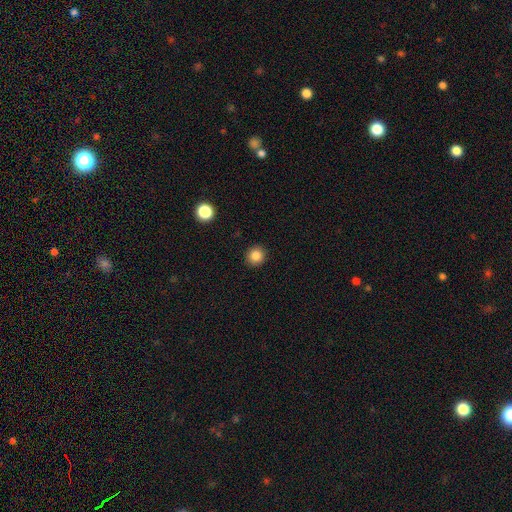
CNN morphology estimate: smooth 84%, star or artifact 11%, featured or disk 5%. Down the decision tree: how rounded — round (90%); merging — none (92%).